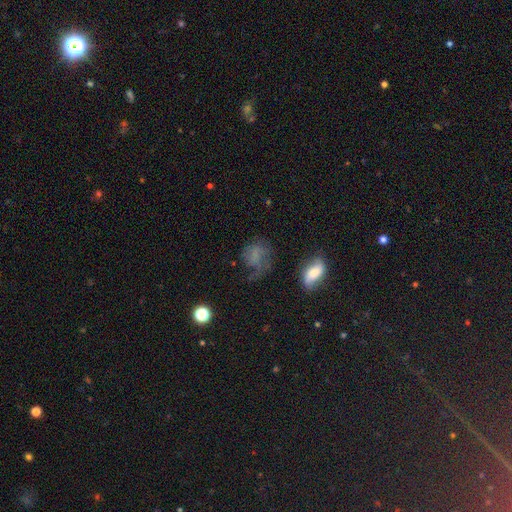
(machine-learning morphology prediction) smooth_or_featured: smooth (p=0.56) [alt: featured or disk p=0.28]
how_rounded: in between (p=0.52) [alt: round p=0.45]
merging: none (p=0.39) [alt: major disturbance p=0.31]